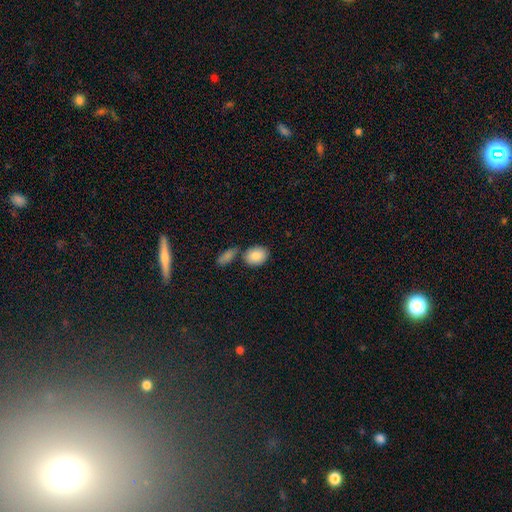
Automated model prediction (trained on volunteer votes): A smooth galaxy with no disk features (86%) that is in between round and cigar-shaped (63%).

Vote fractions:
- Smooth or featured? smooth: 86% / featured or disk: 8% / star or artifact: 7%
- How rounded? in between: 63% / round: 36% / cigar-shaped: 2%
- Merging? none: 63% / merger: 20% / minor disturbance: 13% / major disturbance: 4%